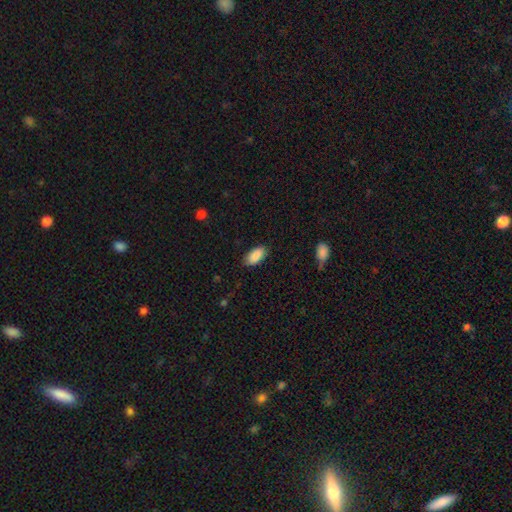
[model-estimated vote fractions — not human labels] This is clearly a smooth galaxy (89%). How rounded: clearly in between (93%). Merging: clearly none (83%).